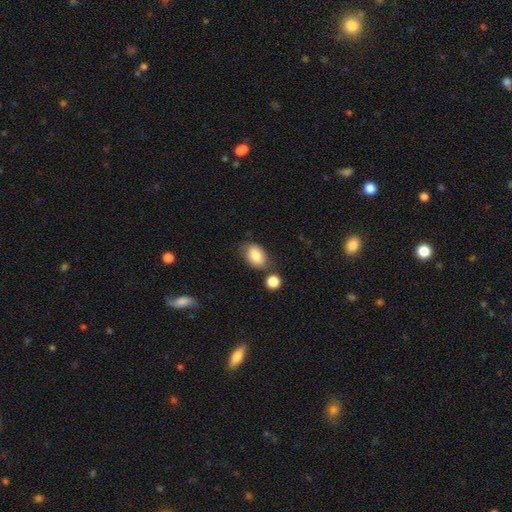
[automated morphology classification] Smooth or featured?
  - smooth: 80% *
  - featured or disk: 13%
  - star or artifact: 8%
How rounded?
  - in between: 83% *
  - round: 16%
  - cigar-shaped: 1%
Merging?
  - none: 70% *
  - minor disturbance: 17%
  - merger: 9%
  - major disturbance: 5%